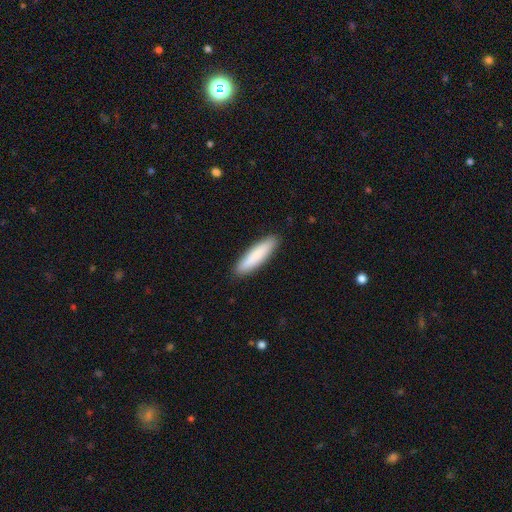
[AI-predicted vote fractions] A smooth galaxy with no disk features (83%) that is cigar-shaped (79%).

Vote fractions:
- Smooth or featured? smooth: 83% / featured or disk: 11% / star or artifact: 5%
- How rounded? cigar-shaped: 79% / in between: 20% / round: 1%
- Merging? none: 90% / minor disturbance: 7% / major disturbance: 1% / merger: 1%